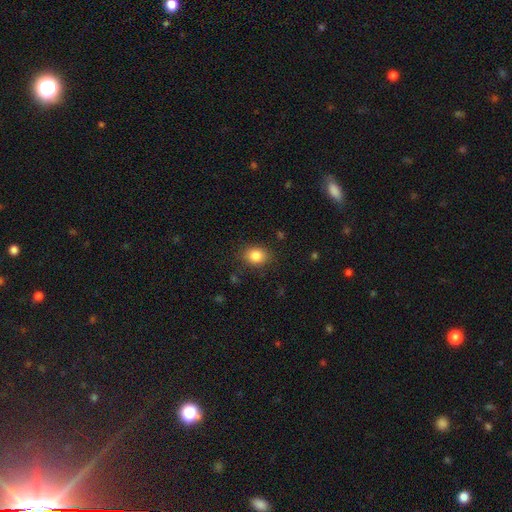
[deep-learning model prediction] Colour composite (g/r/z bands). It shows a smooth galaxy with no disk features (85%) that is round (50%). Merging: none (85%).